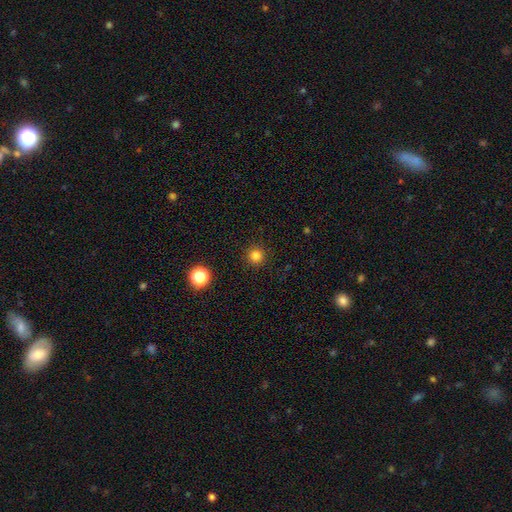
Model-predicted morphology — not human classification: smooth-or-featured: smooth: 82% | star or artifact: 13% | featured or disk: 4%
  how-rounded: round: 96% | in between: 3% | cigar-shaped: 1%
  merging: none: 92% | minor disturbance: 5% | major disturbance: 2% | merger: 1%